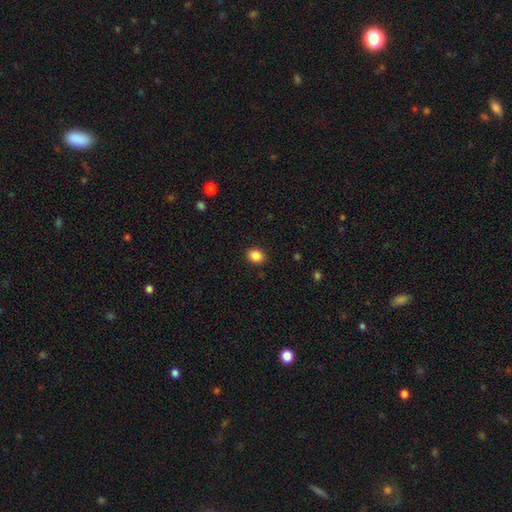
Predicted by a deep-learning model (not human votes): A smooth galaxy with no disk features (87%) that is in between round and cigar-shaped (52%).

Vote fractions:
- Smooth or featured? smooth: 87% / star or artifact: 9% / featured or disk: 3%
- How rounded? in between: 52% / round: 48% / cigar-shaped: 1%
- Merging? none: 89% / minor disturbance: 8% / major disturbance: 2% / merger: 1%